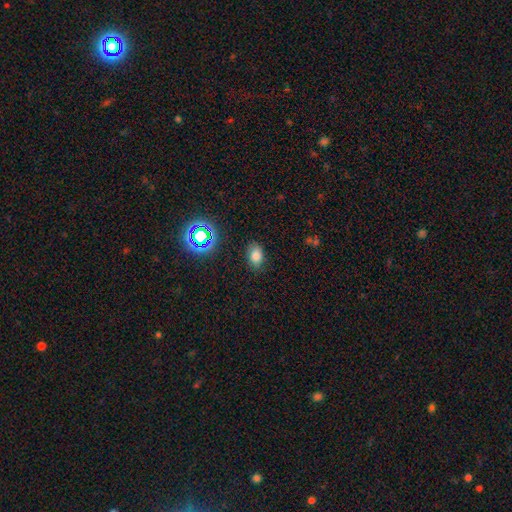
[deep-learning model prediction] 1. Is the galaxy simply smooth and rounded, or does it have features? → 77% smooth, 16% star or artifact, 7% featured or disk.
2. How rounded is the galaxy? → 82% in between, 17% round, 1% cigar-shaped.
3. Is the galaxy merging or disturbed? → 82% none, 13% minor disturbance, 4% major disturbance, 1% merger.